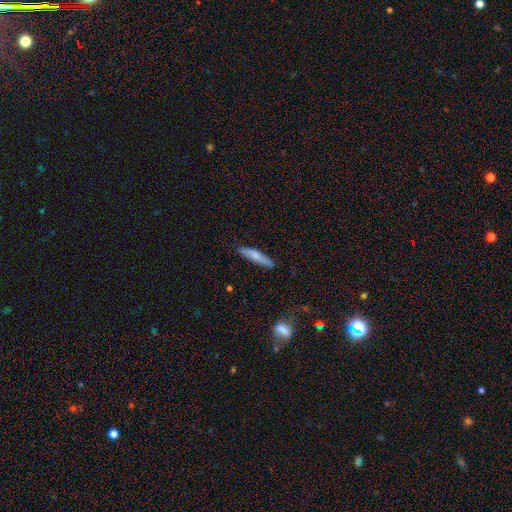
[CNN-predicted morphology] smooth-or-featured: smooth: 65% | featured or disk: 29% | star or artifact: 6%
  how-rounded: cigar-shaped: 86% | in between: 12% | round: 2%
  merging: none: 84% | minor disturbance: 12% | major disturbance: 2% | merger: 1%